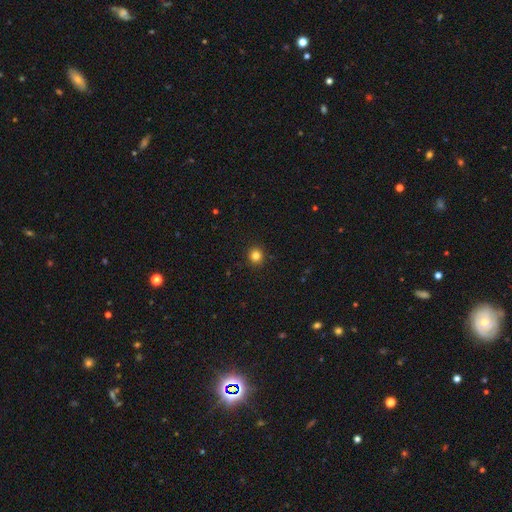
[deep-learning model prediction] Overall: smooth (83%). How rounded: round (93%). Merging: none (92%).